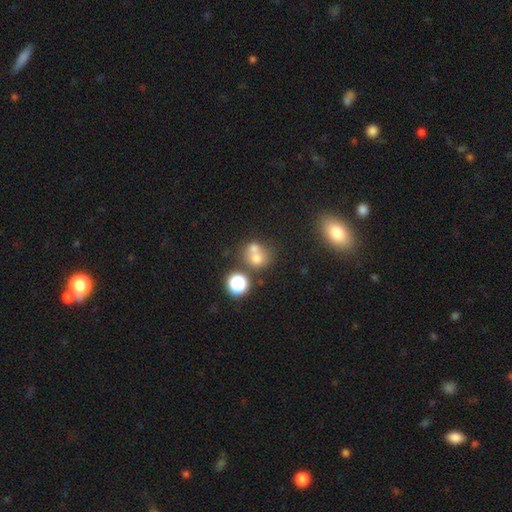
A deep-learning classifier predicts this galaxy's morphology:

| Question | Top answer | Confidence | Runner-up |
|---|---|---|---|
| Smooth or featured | smooth | 65% | star or artifact (17%) |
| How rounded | round | 75% | in between (24%) |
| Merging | merger | 52% | none (36%) |